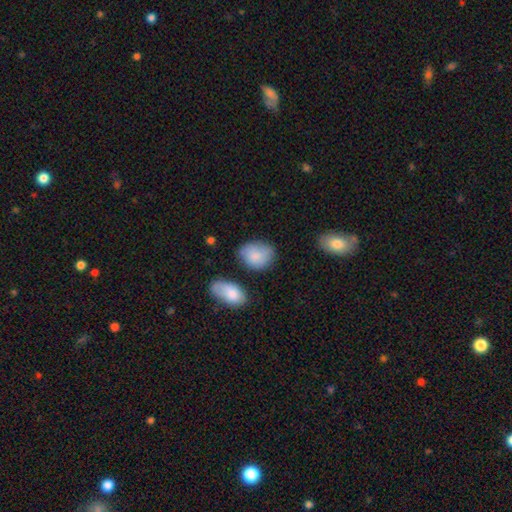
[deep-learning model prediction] Smooth or featured? Predicted: smooth (p=0.83). How rounded? Predicted: in between (p=0.63). Merging? Predicted: none (p=0.61).